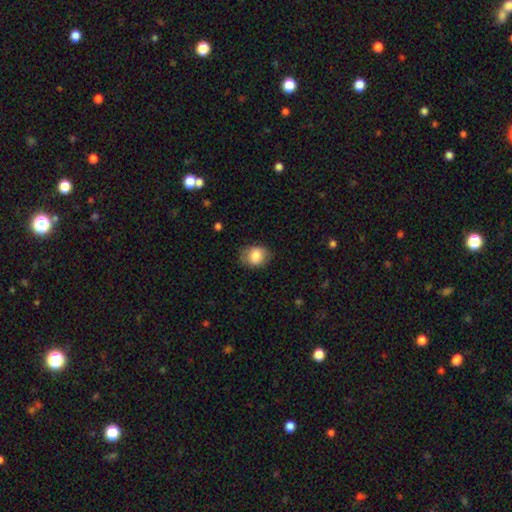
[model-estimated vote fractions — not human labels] smooth-or-featured: smooth: 81% | featured or disk: 12% | star or artifact: 7%
  how-rounded: in between: 62% | round: 37% | cigar-shaped: 1%
  merging: none: 79% | minor disturbance: 16% | major disturbance: 5% | merger: 1%